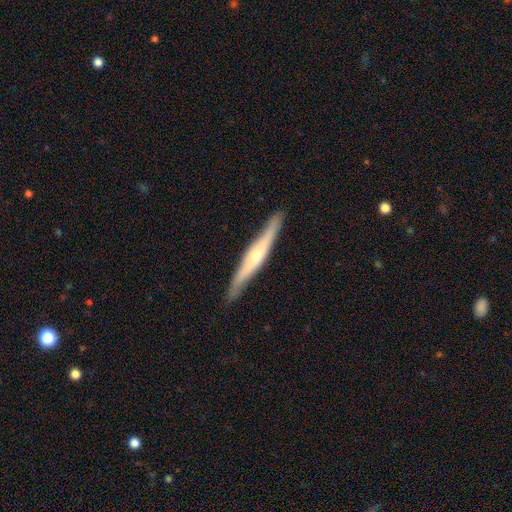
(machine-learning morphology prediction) The model was most divided on "smooth or featured": featured or disk: 65%, smooth: 30%, star or artifact: 5%. More confident: edge-on disk — yes (93%); merging — none (88%); edge-on bulge — rounded (77%).